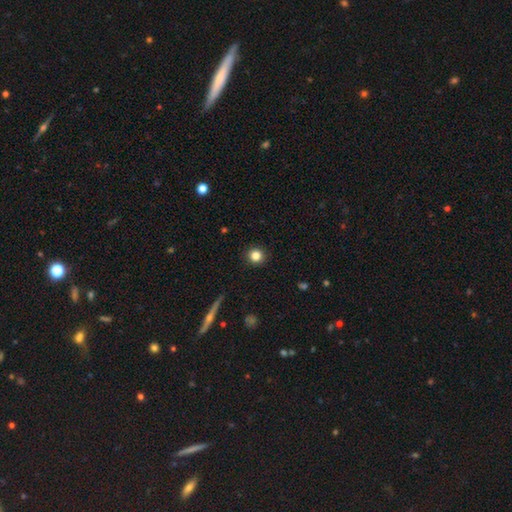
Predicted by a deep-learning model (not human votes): The model was most divided on "smooth or featured": smooth: 83%, star or artifact: 12%, featured or disk: 6%. More confident: how rounded — round (94%); merging — none (92%).